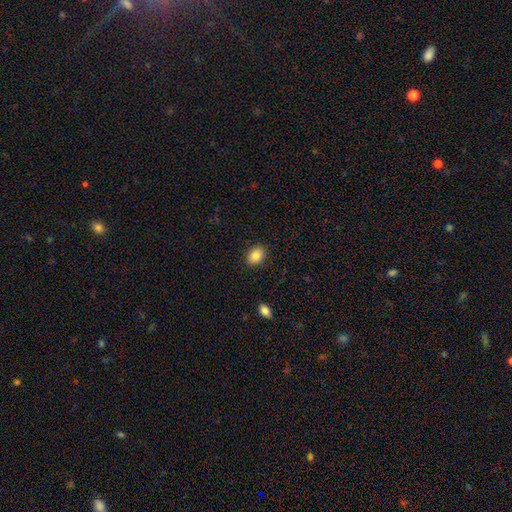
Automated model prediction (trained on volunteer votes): Morphology: type=smooth (85%); roundness=in between (73%); merging=none (88%).